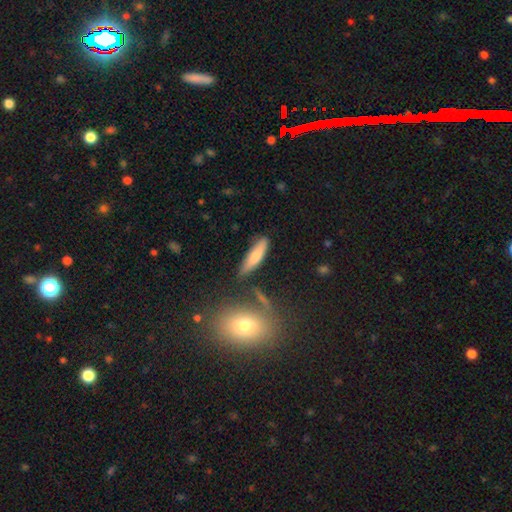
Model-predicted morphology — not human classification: Smooth or featured?
  - smooth: 74% *
  - featured or disk: 19%
  - star or artifact: 7%
How rounded?
  - cigar-shaped: 66% *
  - in between: 32%
  - round: 2%
Merging?
  - none: 73% *
  - minor disturbance: 17%
  - merger: 6%
  - major disturbance: 4%